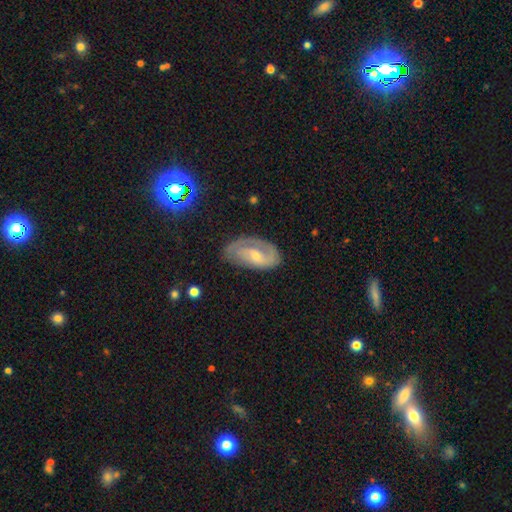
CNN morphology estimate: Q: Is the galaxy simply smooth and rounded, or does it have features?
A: featured or disk — 74%.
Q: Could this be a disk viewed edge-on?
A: no — 95%.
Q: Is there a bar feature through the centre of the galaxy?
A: no — 44%.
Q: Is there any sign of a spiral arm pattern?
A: yes — 88%.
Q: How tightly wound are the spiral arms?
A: tight — 44%.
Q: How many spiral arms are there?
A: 2 — 55%.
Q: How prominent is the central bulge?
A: small — 59%.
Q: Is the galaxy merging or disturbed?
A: none — 66%.